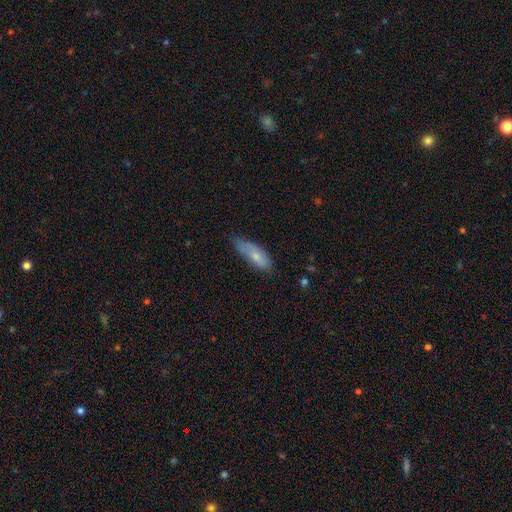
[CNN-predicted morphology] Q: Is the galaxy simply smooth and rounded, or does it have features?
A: smooth — 73%.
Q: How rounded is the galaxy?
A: in between — 66%.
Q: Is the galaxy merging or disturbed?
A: none — 47%.